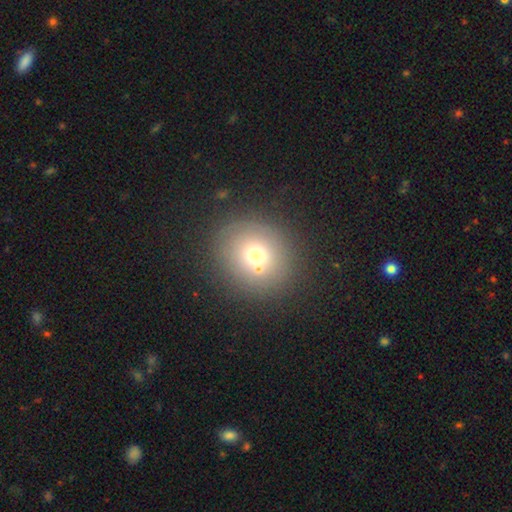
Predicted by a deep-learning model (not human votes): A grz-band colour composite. It shows a smooth galaxy with no disk features (68%) that is round (86%). Merging: none (76%).